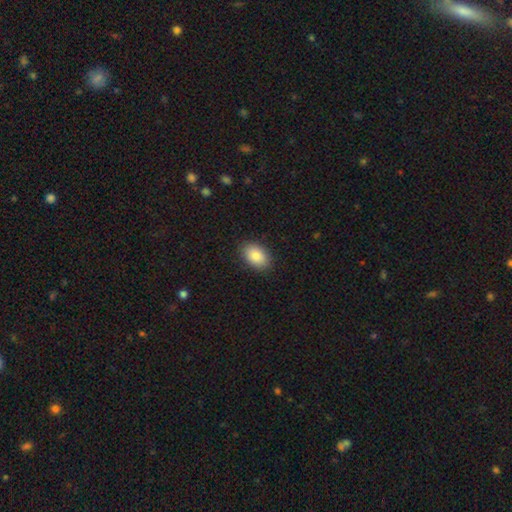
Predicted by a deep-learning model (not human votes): A smooth galaxy with no disk features (87%) that is in between round and cigar-shaped (88%). Merging: none (88%).